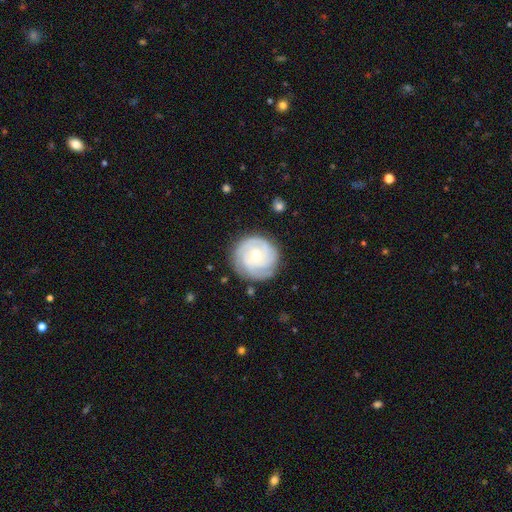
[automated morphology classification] Smooth or featured? Predicted: featured or disk (p=0.81). Edge-on disk? Predicted: no (p=0.98). Bar? Predicted: no (p=0.75). Spiral arms? Predicted: yes (p=0.96). Spiral winding? Predicted: tight (p=0.78). Spiral arm count? Predicted: 3 (p=0.38). Bulge size? Predicted: small (p=0.59). Merging? Predicted: none (p=0.82).